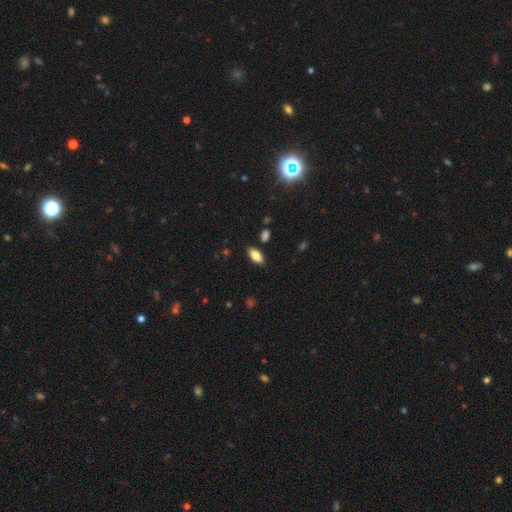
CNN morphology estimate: Overall: smooth (81%). How rounded: in between (88%). Merging: none (87%).